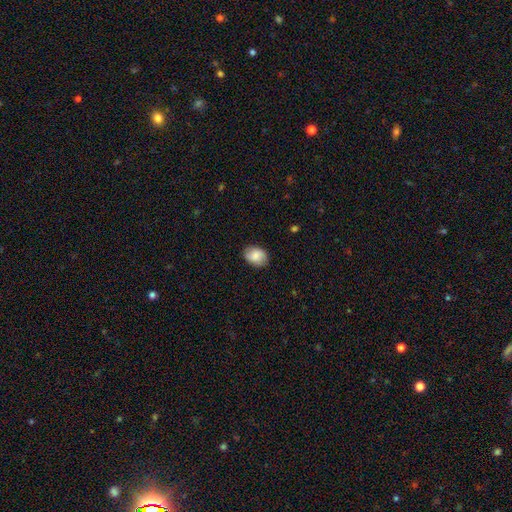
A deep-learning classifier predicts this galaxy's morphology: type=smooth (73%); roundness=in between (75%); merging=none (81%).